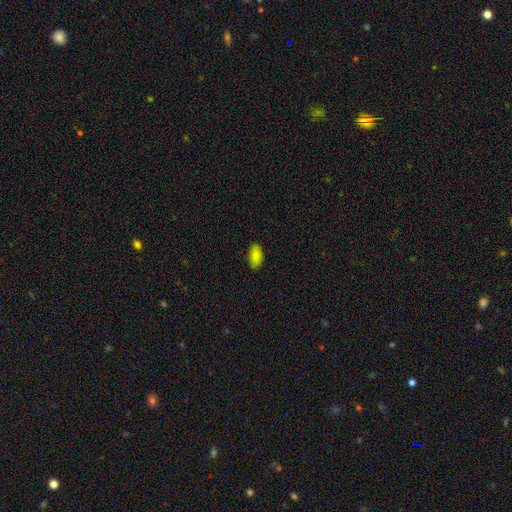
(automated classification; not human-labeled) smooth_or_featured: smooth (p=0.87) [alt: star or artifact p=0.09]
how_rounded: in between (p=0.93) [alt: cigar-shaped p=0.04]
merging: none (p=0.85) [alt: minor disturbance p=0.11]